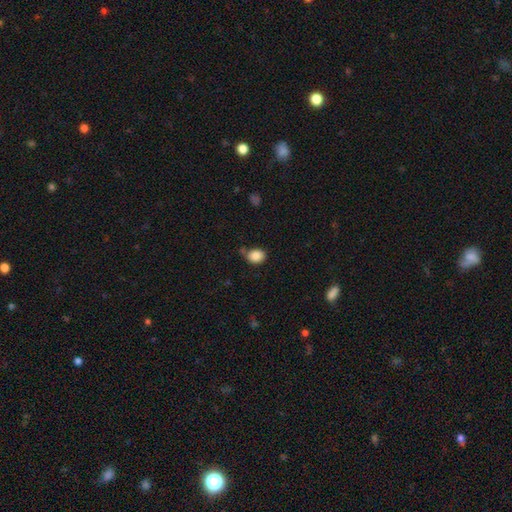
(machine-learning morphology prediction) The model was most divided on "how rounded": in between: 51%, round: 48%, cigar-shaped: 1%. More confident: smooth or featured — smooth (87%); merging — none (70%).